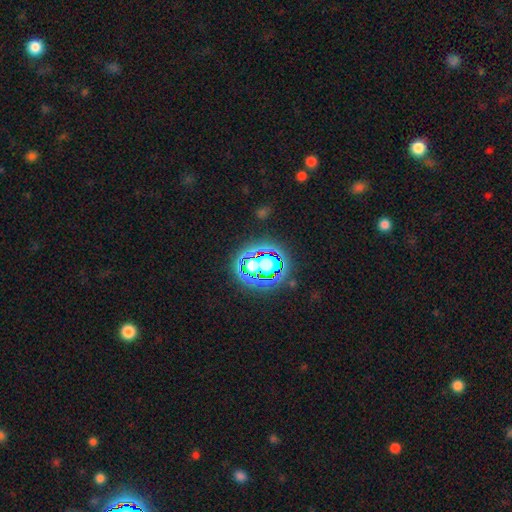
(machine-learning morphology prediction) Q: Smooth or featured?
A: star or artifact (72%); runner-up: smooth (17%)